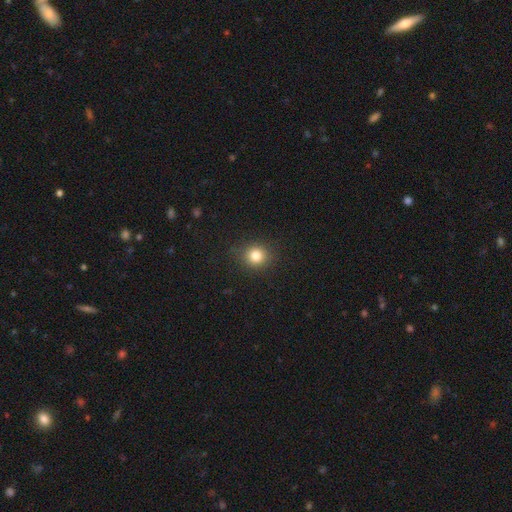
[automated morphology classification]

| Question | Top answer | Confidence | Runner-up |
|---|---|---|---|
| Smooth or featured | smooth | 81% | star or artifact (12%) |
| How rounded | round | 87% | in between (12%) |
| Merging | none | 87% | minor disturbance (9%) |